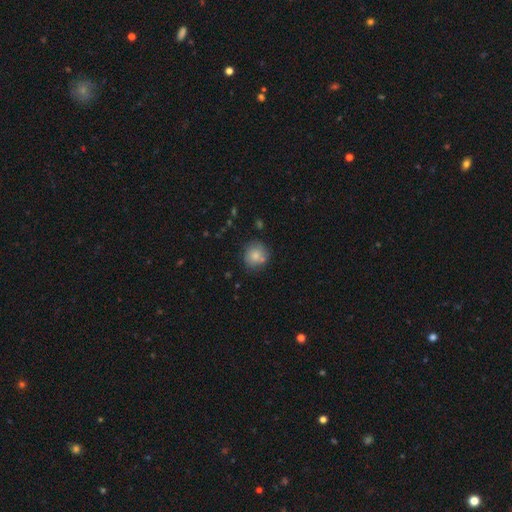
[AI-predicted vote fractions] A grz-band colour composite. It shows a smooth galaxy with no disk features (78%) that is round (88%). Merging: none (71%).